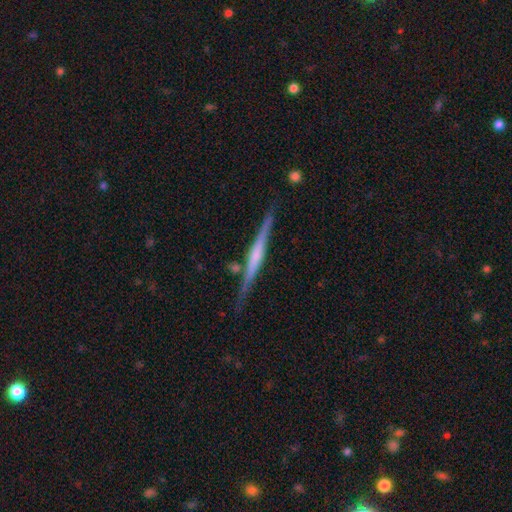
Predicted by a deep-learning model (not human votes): Smooth or featured? Predicted: featured or disk (p=0.70). Edge-on disk? Predicted: yes (p=0.98). Edge-on bulge? Predicted: rounded (p=0.39). Merging? Predicted: none (p=0.82).